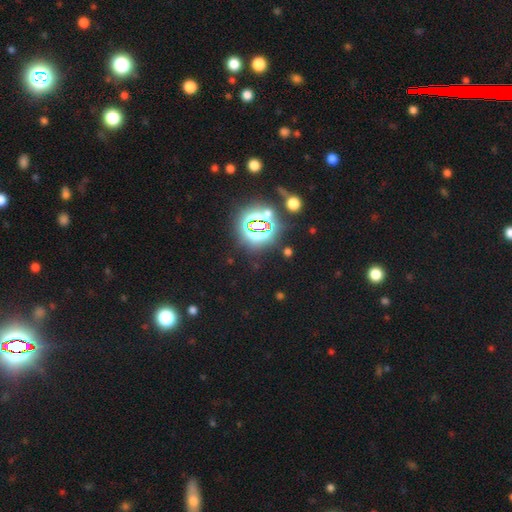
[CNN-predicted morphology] A star or artifact, not a galaxy (81%).

Vote fractions:
- Smooth or featured? star or artifact: 81% / smooth: 12% / featured or disk: 7%